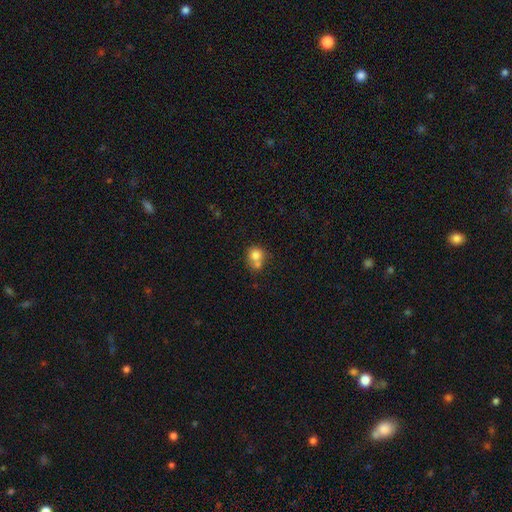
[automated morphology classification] smooth 77%, featured or disk 13%, star or artifact 10%. Down the decision tree: how rounded — round (77%); merging — merger (47%).